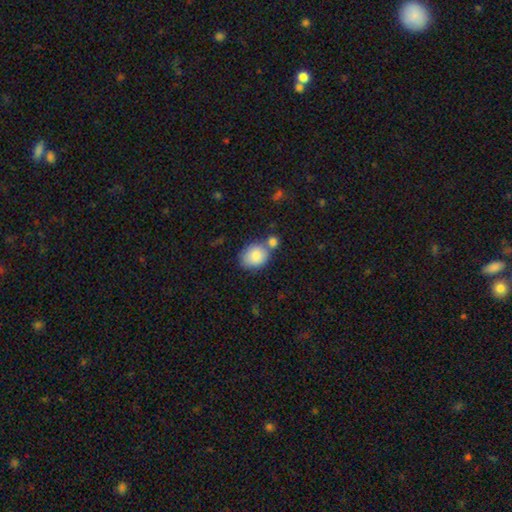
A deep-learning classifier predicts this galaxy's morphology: smooth-or-featured: smooth: 84% | featured or disk: 9% | star or artifact: 7%
  how-rounded: in between: 51% | round: 47% | cigar-shaped: 1%
  merging: none: 51% | merger: 29% | minor disturbance: 15% | major disturbance: 4%